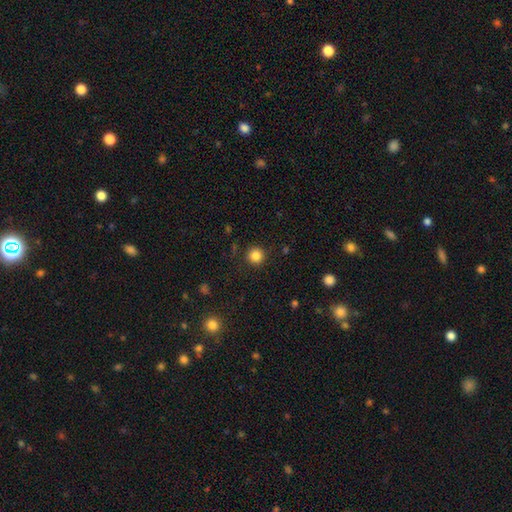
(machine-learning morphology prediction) Smooth or featured: smooth — 84% (star or artifact — 11%)
How rounded: round — 95% (in between — 4%)
Merging: none — 91% (minor disturbance — 6%)